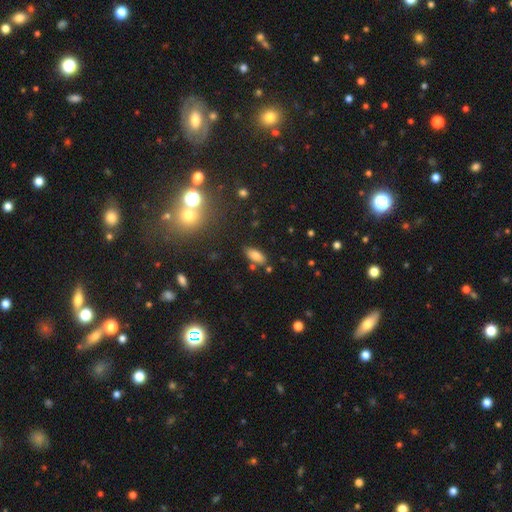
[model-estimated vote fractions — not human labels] Smooth or featured?
  - smooth: 78% *
  - star or artifact: 11%
  - featured or disk: 11%
How rounded?
  - in between: 87% *
  - cigar-shaped: 11%
  - round: 3%
Merging?
  - none: 79% *
  - minor disturbance: 12%
  - merger: 6%
  - major disturbance: 3%